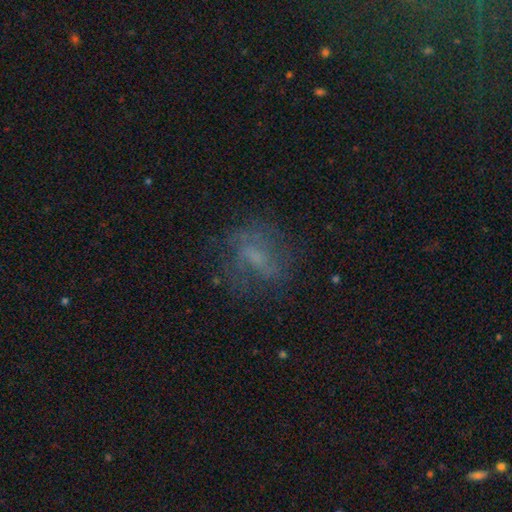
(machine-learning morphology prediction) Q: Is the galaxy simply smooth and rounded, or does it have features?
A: featured or disk — 49%.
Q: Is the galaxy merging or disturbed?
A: none — 62%.